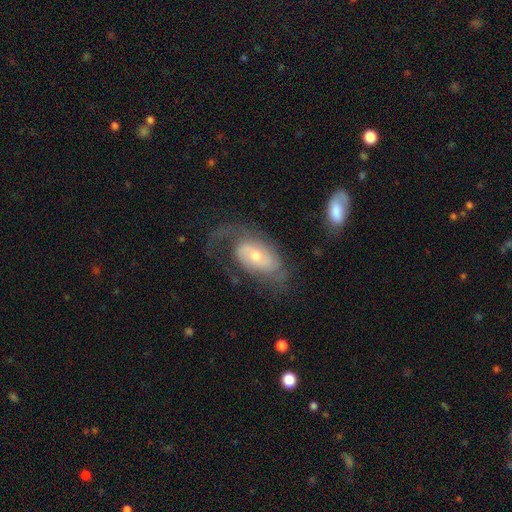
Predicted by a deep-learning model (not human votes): A featured or disk galaxy (74%) with no bar (67%), 2 (40%) medium (38%) spiral arms (87%) and a moderate central bulge (50%). Merging: none (48%).